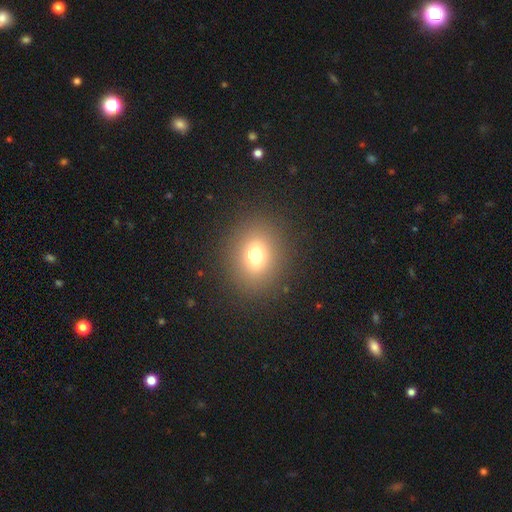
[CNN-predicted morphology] A smooth galaxy with no disk features (73%) that is round (54%).

Vote fractions:
- Smooth or featured? smooth: 73% / star or artifact: 15% / featured or disk: 12%
- How rounded? round: 54% / in between: 45% / cigar-shaped: 1%
- Merging? none: 88% / minor disturbance: 7% / major disturbance: 4% / merger: 1%